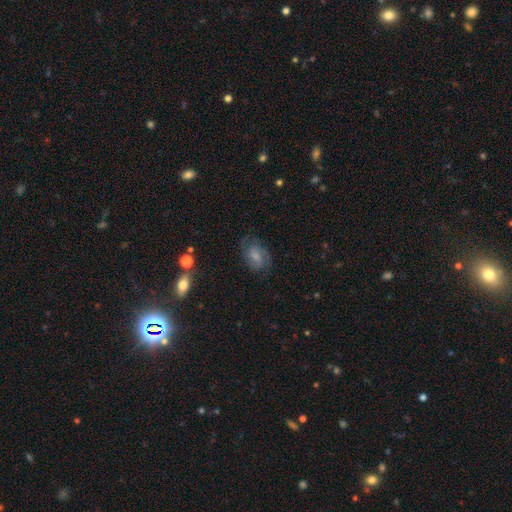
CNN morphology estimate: This is possibly a featured or disk galaxy (56%). It is clearly not viewed edge-on (97%). Bar: possibly no (51%). Spiral arm pattern: clearly yes (88%). Central bulge: marginally small (35%). Merging: likely none (70%).